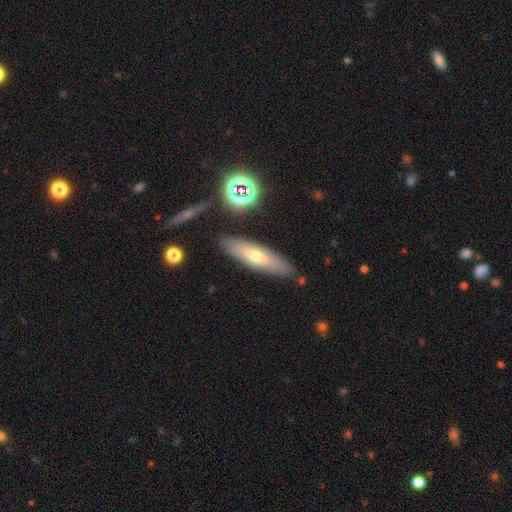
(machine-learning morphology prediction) Smooth or featured? smooth (50%)
How rounded? cigar-shaped (64%)
Merging? none (85%)